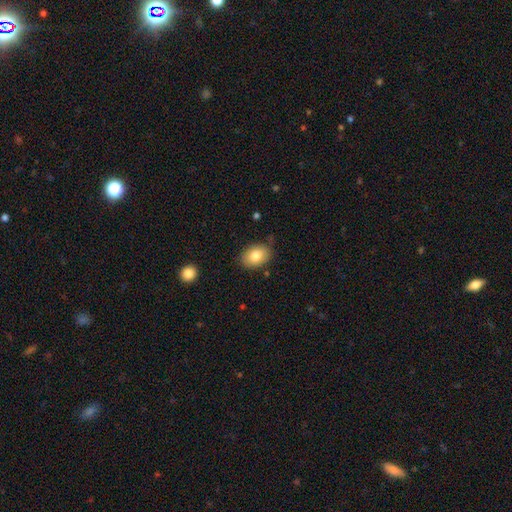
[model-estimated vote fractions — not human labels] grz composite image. It shows a smooth galaxy with no disk features (82%) that is in between round and cigar-shaped (78%). Merging: none (80%).